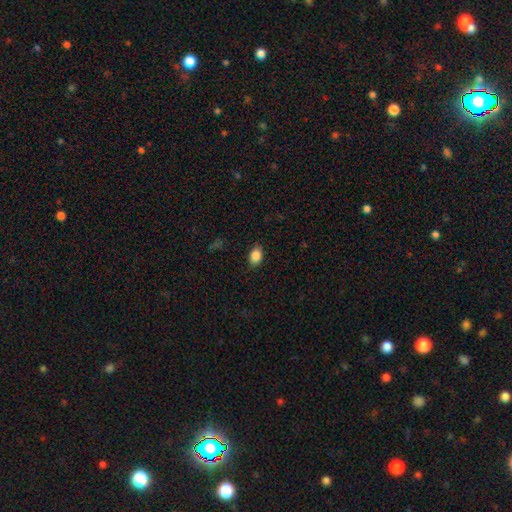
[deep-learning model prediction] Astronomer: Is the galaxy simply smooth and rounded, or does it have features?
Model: smooth — 87%.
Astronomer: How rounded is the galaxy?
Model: in between — 76%.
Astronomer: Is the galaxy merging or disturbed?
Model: none — 85%.